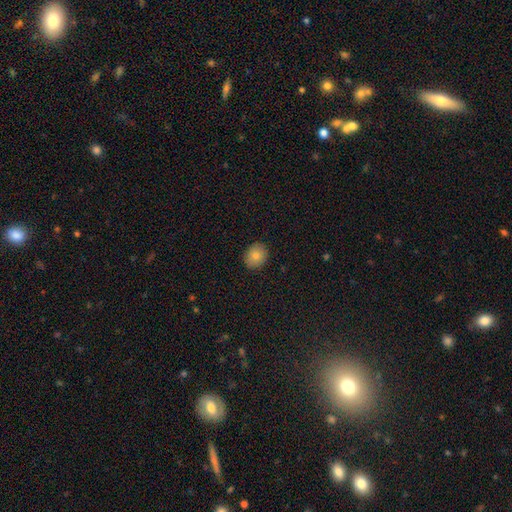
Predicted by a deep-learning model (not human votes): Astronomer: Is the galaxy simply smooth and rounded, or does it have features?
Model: smooth — 81%.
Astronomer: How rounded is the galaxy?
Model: round — 60% (runner-up: in between, 39%).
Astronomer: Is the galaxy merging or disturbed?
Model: none — 89%.